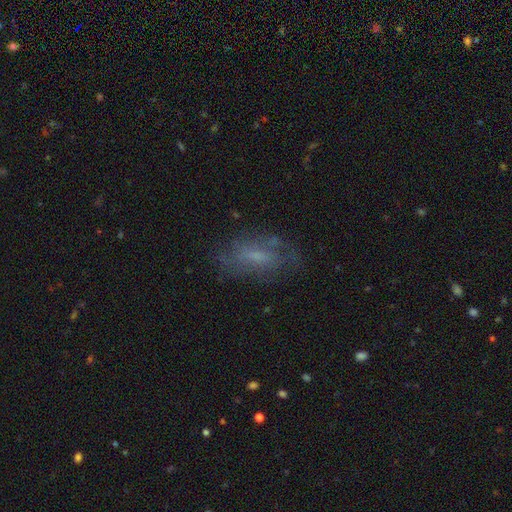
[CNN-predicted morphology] smooth-or-featured: featured or disk: 47% | smooth: 41% | star or artifact: 12%
  merging: none: 67% | minor disturbance: 19% | major disturbance: 12% | merger: 2%